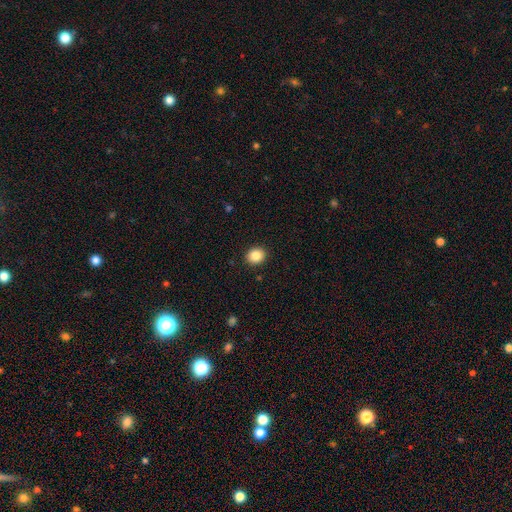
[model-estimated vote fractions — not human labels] Overall: smooth (86%). How rounded: round (75%). Merging: none (91%).